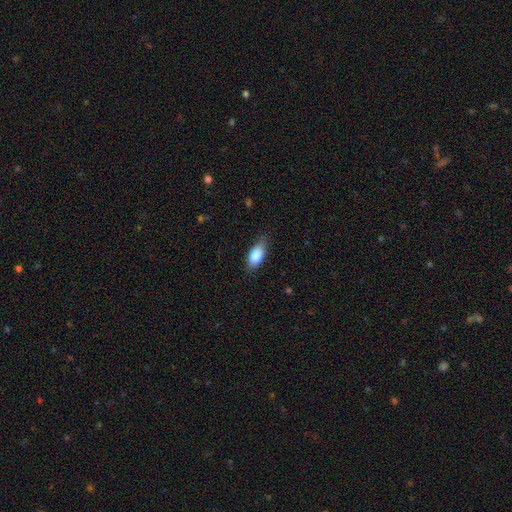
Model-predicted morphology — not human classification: Overall: smooth (84%). How rounded: in between (85%). Merging: none (74%).